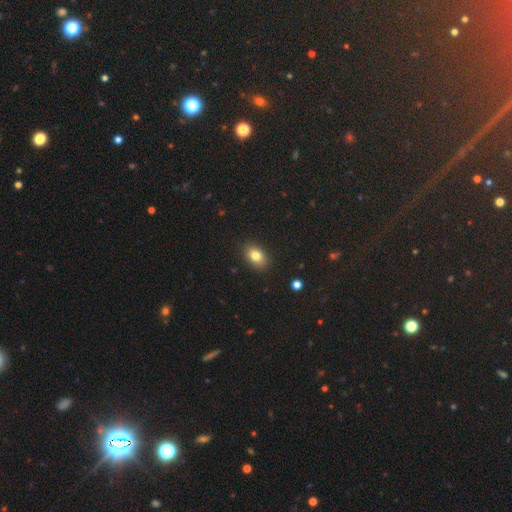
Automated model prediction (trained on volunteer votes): Morphology: type=smooth (81%); roundness=in between (80%); merging=none (88%).